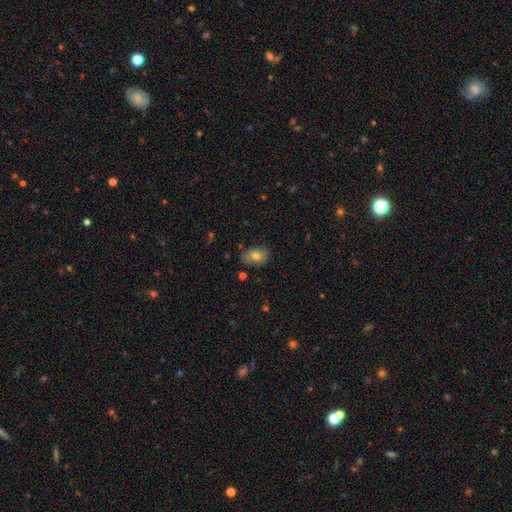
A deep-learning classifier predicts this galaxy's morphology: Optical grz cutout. It shows a smooth galaxy with no disk features (75%) that is in between round and cigar-shaped (79%). Merging: none (78%).